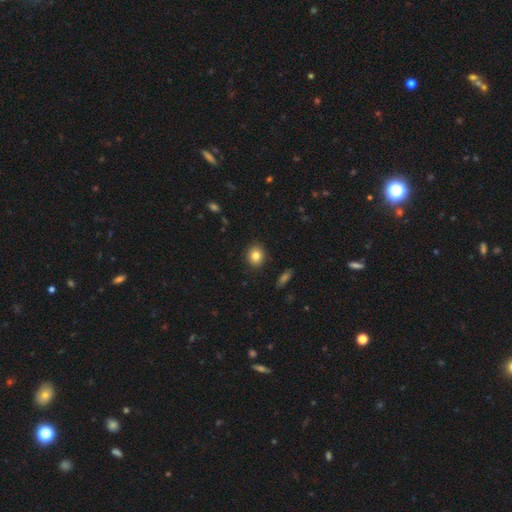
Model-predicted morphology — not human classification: Overall: smooth (81%). How rounded: round (70%). Merging: none (90%).